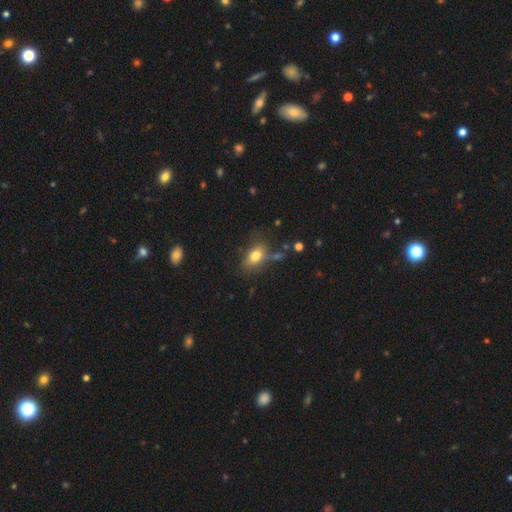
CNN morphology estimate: A smooth galaxy with no disk features (78%) that is in between round and cigar-shaped (82%).

Vote fractions:
- Smooth or featured? smooth: 78% / featured or disk: 12% / star or artifact: 10%
- How rounded? in between: 82% / round: 16% / cigar-shaped: 3%
- Merging? none: 65% / minor disturbance: 20% / major disturbance: 7% / merger: 7%